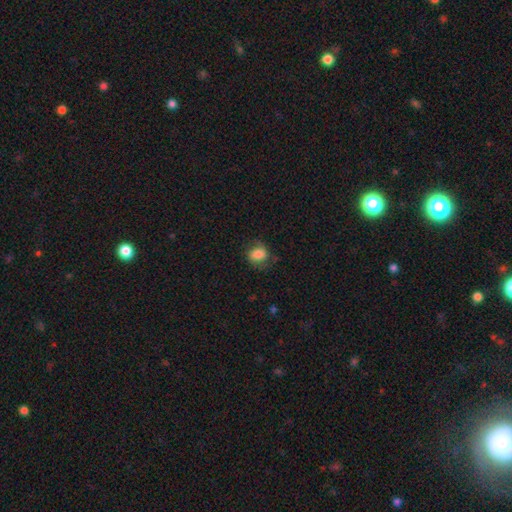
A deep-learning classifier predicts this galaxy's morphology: A smooth galaxy with no disk features (71%) that is round (59%). Merging: none (67%).